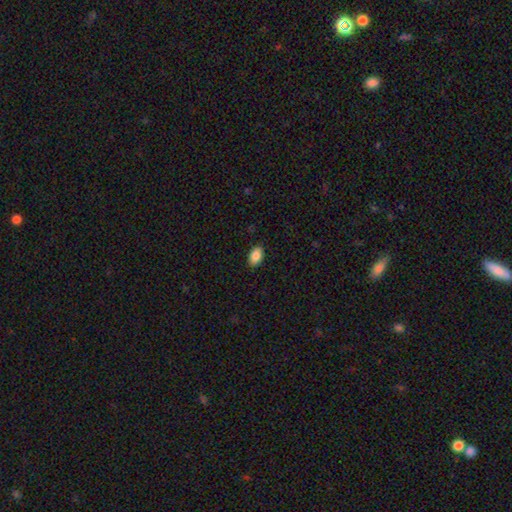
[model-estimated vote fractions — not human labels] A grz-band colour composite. It shows a smooth galaxy with no disk features (87%) that is in between round and cigar-shaped (92%). Merging: none (88%).